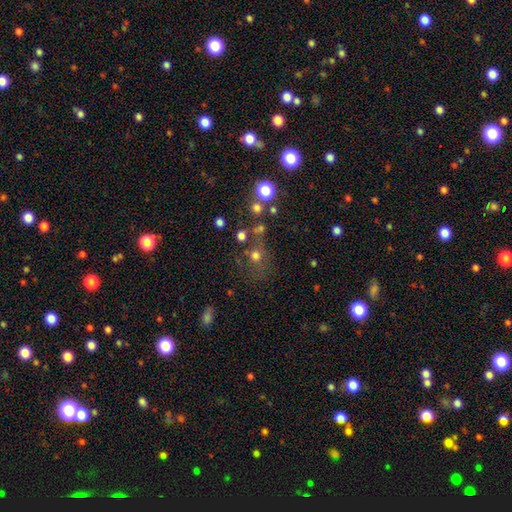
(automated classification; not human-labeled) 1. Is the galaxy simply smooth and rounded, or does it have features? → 65% smooth, 23% star or artifact, 12% featured or disk.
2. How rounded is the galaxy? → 83% round, 16% in between, 1% cigar-shaped.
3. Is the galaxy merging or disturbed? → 63% none, 15% merger, 13% minor disturbance, 9% major disturbance.